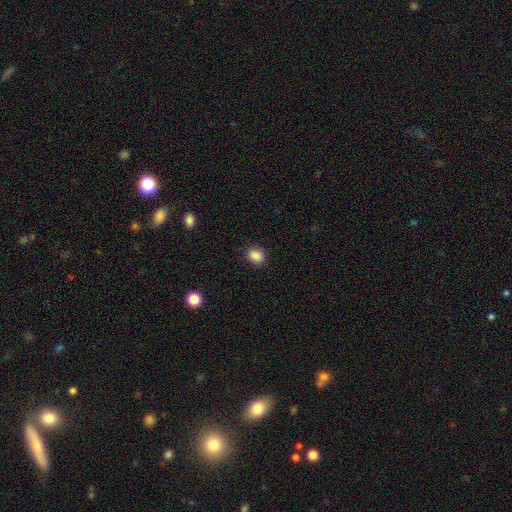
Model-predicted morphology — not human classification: Smooth or featured: smooth — 88% (star or artifact — 9%)
How rounded: in between — 65% (round — 34%)
Merging: none — 87% (minor disturbance — 10%)